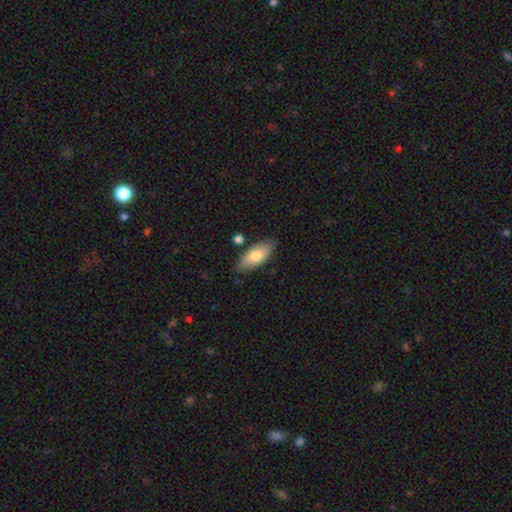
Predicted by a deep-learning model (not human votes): Overall: smooth (76%). How rounded: in between (84%). Merging: none (81%).